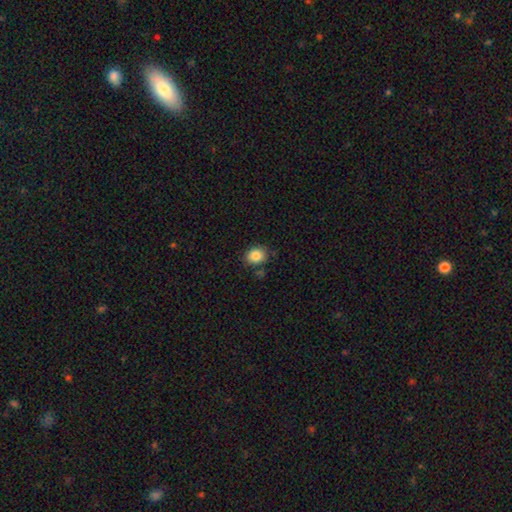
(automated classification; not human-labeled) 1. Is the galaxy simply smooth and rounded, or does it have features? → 85% smooth, 9% star or artifact, 6% featured or disk.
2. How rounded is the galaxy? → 56% round, 43% in between, 1% cigar-shaped.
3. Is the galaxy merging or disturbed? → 80% none, 12% minor disturbance, 5% merger, 3% major disturbance.